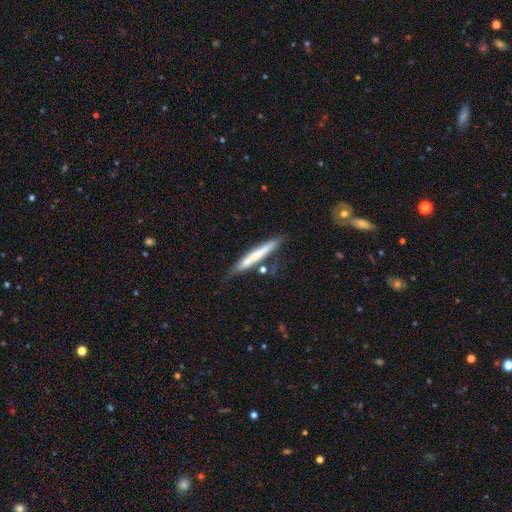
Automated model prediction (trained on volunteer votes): A smooth galaxy with no disk features (53%) that is cigar-shaped (94%).

Vote fractions:
- Smooth or featured? smooth: 53% / featured or disk: 40% / star or artifact: 6%
- How rounded? cigar-shaped: 94% / in between: 4% / round: 1%
- Merging? none: 62% / minor disturbance: 21% / merger: 11% / major disturbance: 6%